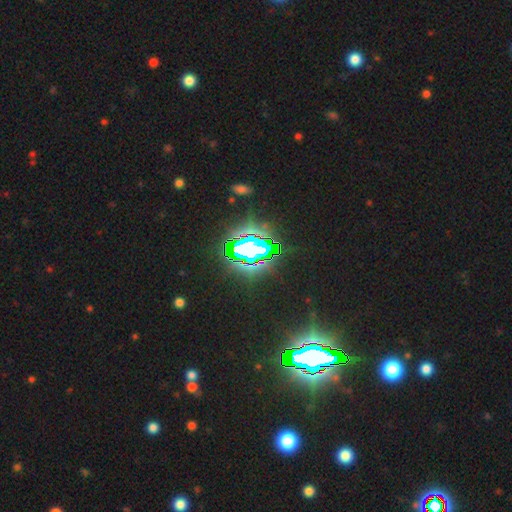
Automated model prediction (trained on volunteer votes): This is likely a star or artifact rather than a galaxy (75%).